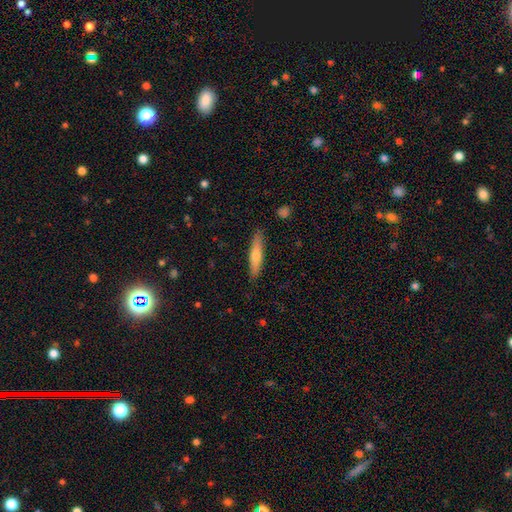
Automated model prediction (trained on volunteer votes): The model was most divided on "smooth or featured": smooth: 58%, featured or disk: 36%, star or artifact: 6%. More confident: merging — none (88%); how rounded — cigar-shaped (85%).